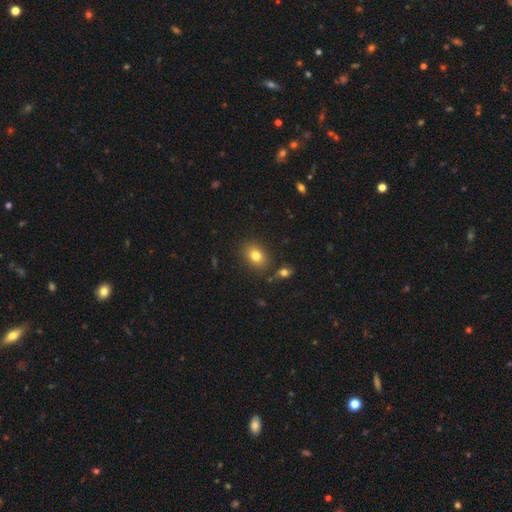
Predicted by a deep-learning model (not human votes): A smooth galaxy with no disk features (80%) that is in between round and cigar-shaped (66%).

Vote fractions:
- Smooth or featured? smooth: 80% / star or artifact: 11% / featured or disk: 10%
- How rounded? in between: 66% / round: 33% / cigar-shaped: 1%
- Merging? none: 83% / minor disturbance: 10% / merger: 4% / major disturbance: 3%